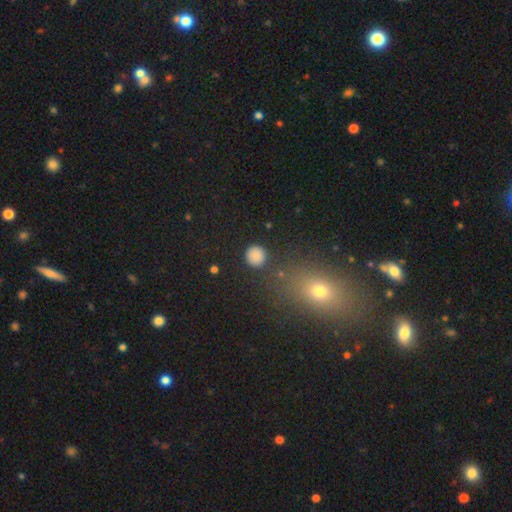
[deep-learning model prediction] smooth_or_featured: smooth (p=0.85) [alt: star or artifact p=0.11]
how_rounded: round (p=0.94) [alt: in between p=0.05]
merging: none (p=0.90) [alt: minor disturbance p=0.06]